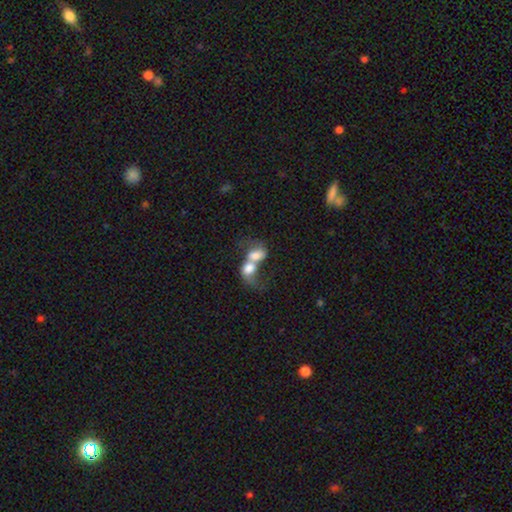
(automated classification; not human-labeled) Q: Smooth or featured?
A: smooth (62%); runner-up: featured or disk (29%)
Q: How rounded?
A: in between (71%); runner-up: round (27%)
Q: Merging?
A: merger (83%); runner-up: major disturbance (8%)